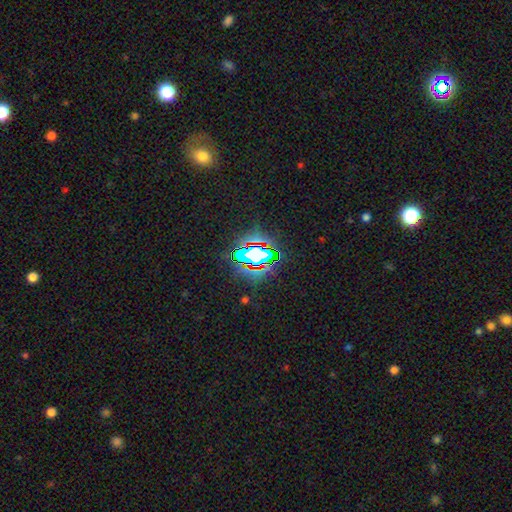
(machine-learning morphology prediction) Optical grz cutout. It shows a star or artifact, not a galaxy (69%).